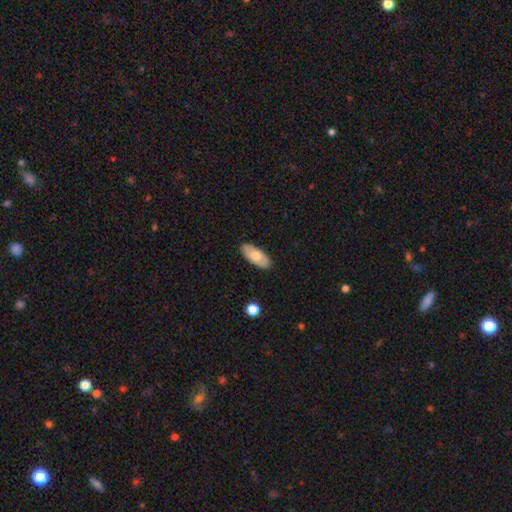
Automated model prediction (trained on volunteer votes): Smooth or featured? smooth (65%)
How rounded? in between (90%)
Merging? none (88%)